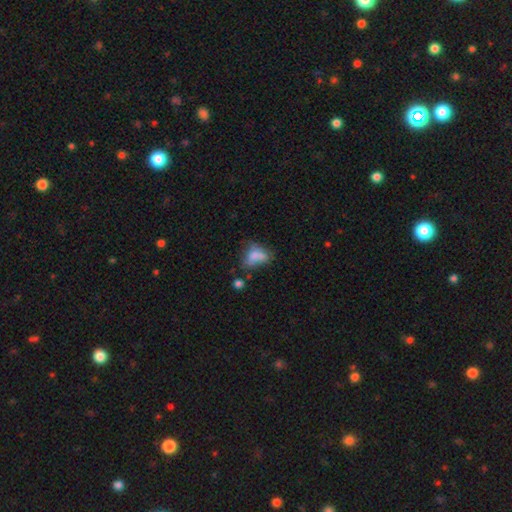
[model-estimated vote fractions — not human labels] Morphology: type=smooth (65%); roundness=in between (78%); merging=merger (32%).